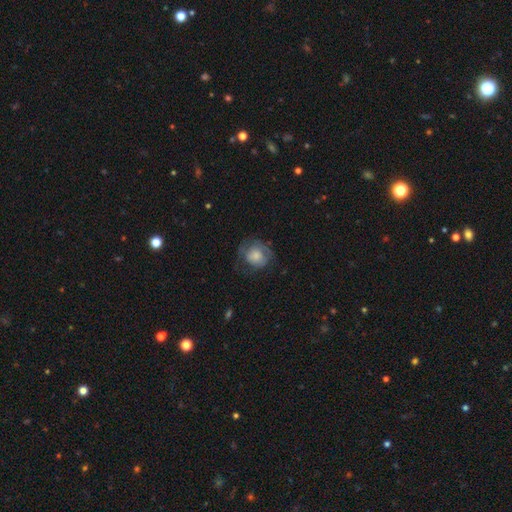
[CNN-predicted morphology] A smooth galaxy with no disk features (59%) that is round (76%). Merging: none (53%).